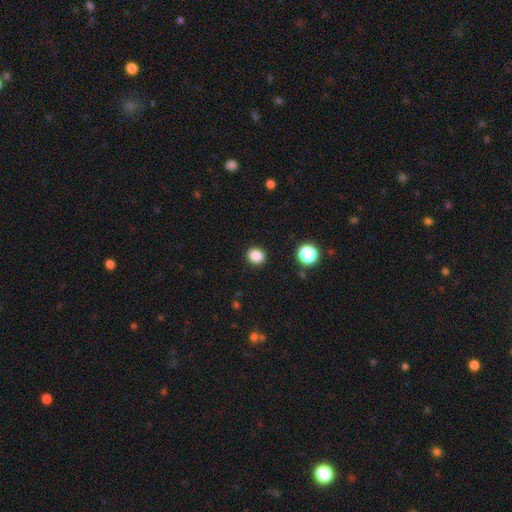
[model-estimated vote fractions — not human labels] A smooth galaxy with no disk features (86%) that is round (77%). Merging: none (91%).